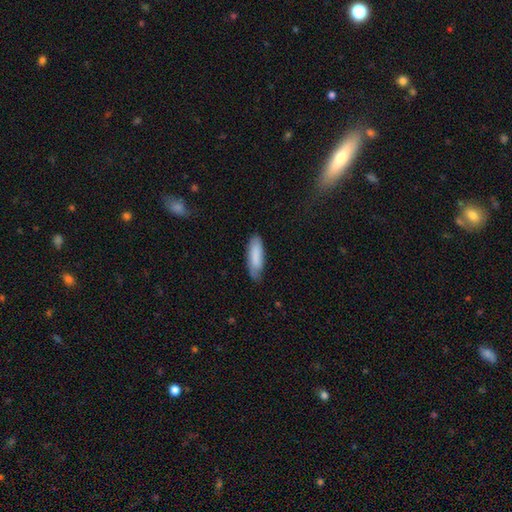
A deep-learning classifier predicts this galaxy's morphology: A smooth galaxy with no disk features (84%) that is in between round and cigar-shaped (56%). Merging: none (71%).